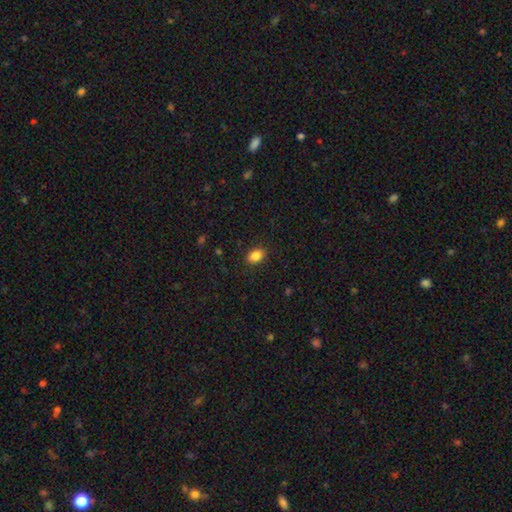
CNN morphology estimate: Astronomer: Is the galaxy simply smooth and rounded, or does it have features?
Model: smooth — 86%.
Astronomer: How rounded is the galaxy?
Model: in between — 81%.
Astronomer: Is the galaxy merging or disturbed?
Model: none — 88%.